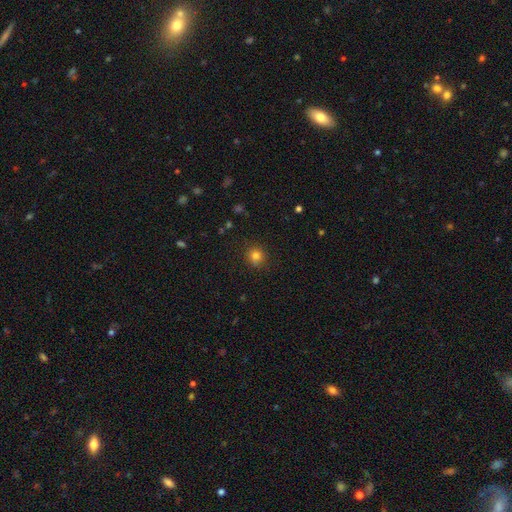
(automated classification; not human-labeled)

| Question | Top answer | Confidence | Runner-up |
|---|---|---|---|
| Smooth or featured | smooth | 81% | star or artifact (13%) |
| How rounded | round | 88% | in between (11%) |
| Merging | none | 86% | minor disturbance (10%) |